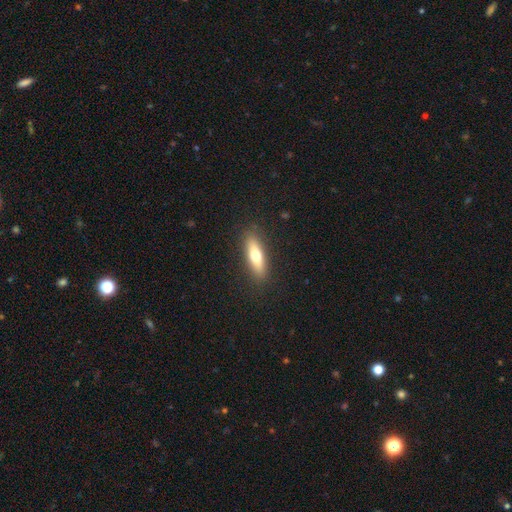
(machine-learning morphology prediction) smooth-or-featured: smooth: 64% | featured or disk: 30% | star or artifact: 6%
  how-rounded: cigar-shaped: 64% | in between: 33% | round: 2%
  merging: none: 89% | minor disturbance: 8% | major disturbance: 2% | merger: 1%